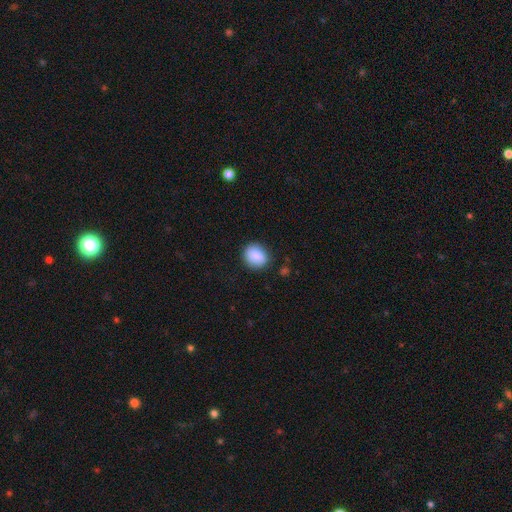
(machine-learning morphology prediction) Smooth or featured? smooth (88%)
How rounded? round (70%)
Merging? none (84%)